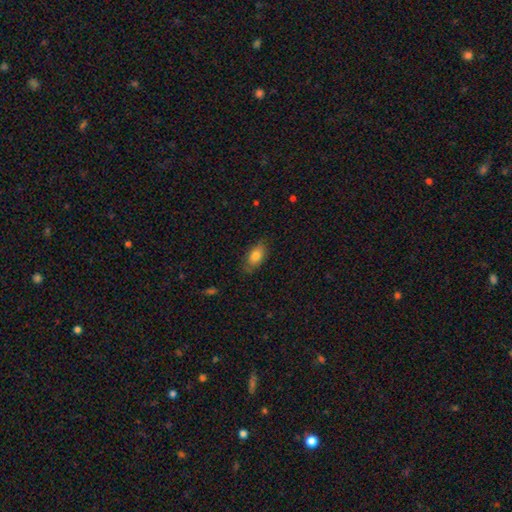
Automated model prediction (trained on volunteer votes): smooth 77%, featured or disk 15%, star or artifact 8%. Down the decision tree: how rounded — in between (88%); merging — none (76%).